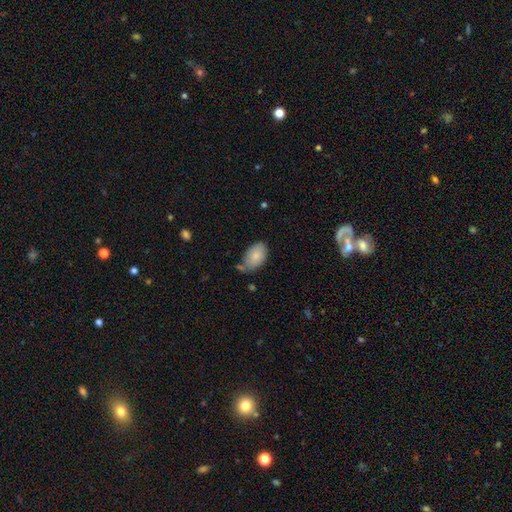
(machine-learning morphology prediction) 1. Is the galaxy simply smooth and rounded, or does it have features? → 83% smooth, 11% featured or disk, 6% star or artifact.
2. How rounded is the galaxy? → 92% in between, 6% round, 1% cigar-shaped.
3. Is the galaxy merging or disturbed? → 59% none, 27% minor disturbance, 7% merger, 6% major disturbance.